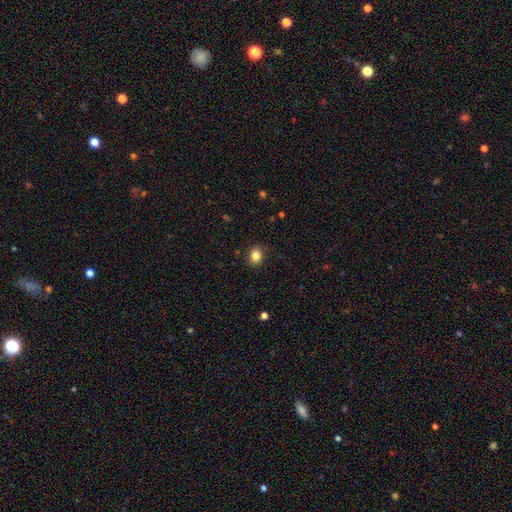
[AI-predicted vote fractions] A smooth galaxy with no disk features (84%) that is round (63%). Merging: none (88%).